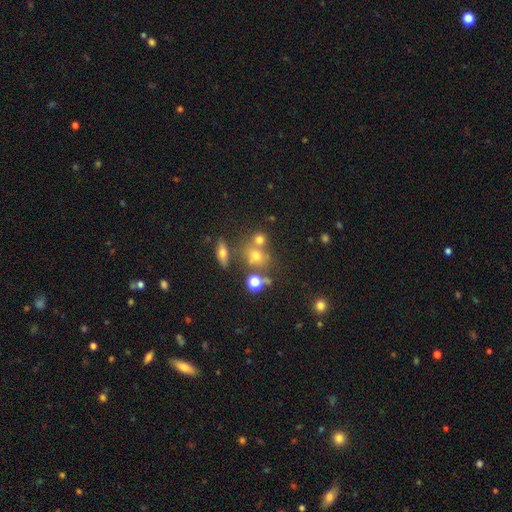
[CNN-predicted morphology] Smooth or featured?
  - smooth: 56% *
  - star or artifact: 25%
  - featured or disk: 19%
How rounded?
  - round: 72% *
  - in between: 26%
  - cigar-shaped: 3%
Merging?
  - none: 53% *
  - merger: 31%
  - minor disturbance: 11%
  - major disturbance: 5%